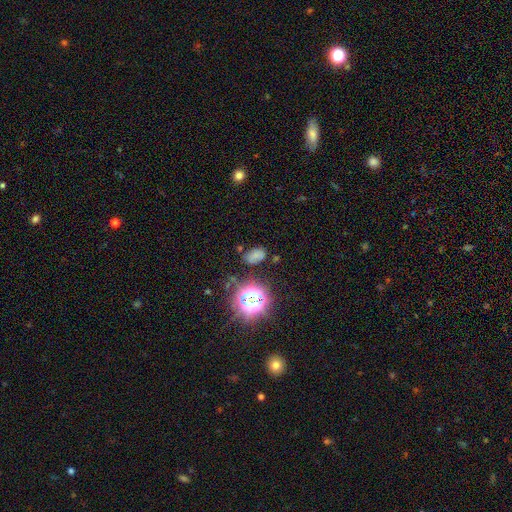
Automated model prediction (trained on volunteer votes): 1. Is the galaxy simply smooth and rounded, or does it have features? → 59% smooth, 30% star or artifact, 11% featured or disk.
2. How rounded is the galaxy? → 85% in between, 13% round, 2% cigar-shaped.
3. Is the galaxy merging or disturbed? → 71% none, 18% minor disturbance, 7% major disturbance, 4% merger.